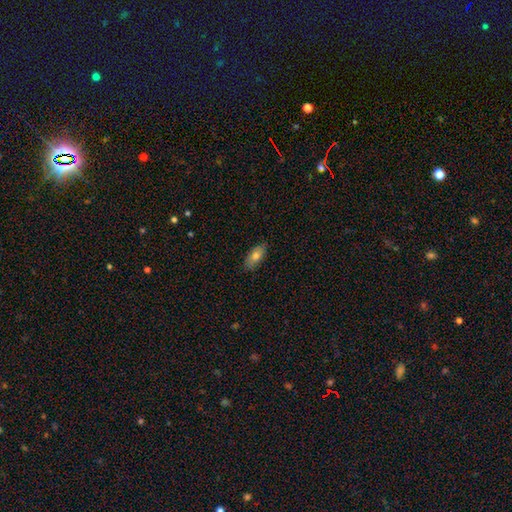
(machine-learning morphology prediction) This appears to be a smooth galaxy with no disk features (76%) that is in between round and cigar-shaped (84%). Merging: none (86%).